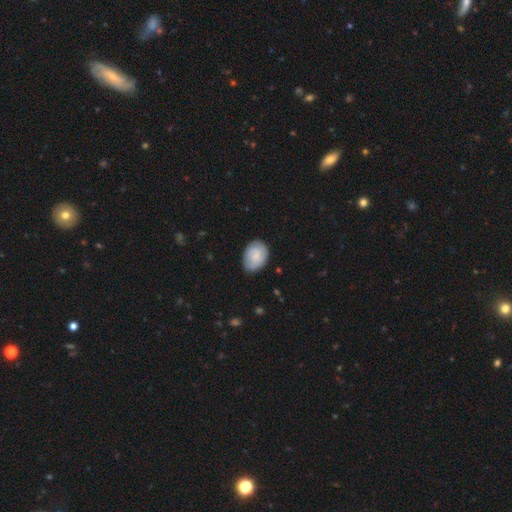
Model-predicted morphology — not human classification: Smooth or featured?
  - smooth: 60% *
  - featured or disk: 33%
  - star or artifact: 7%
How rounded?
  - in between: 72% *
  - round: 27%
  - cigar-shaped: 1%
Merging?
  - none: 77% *
  - minor disturbance: 19%
  - major disturbance: 4%
  - merger: 1%